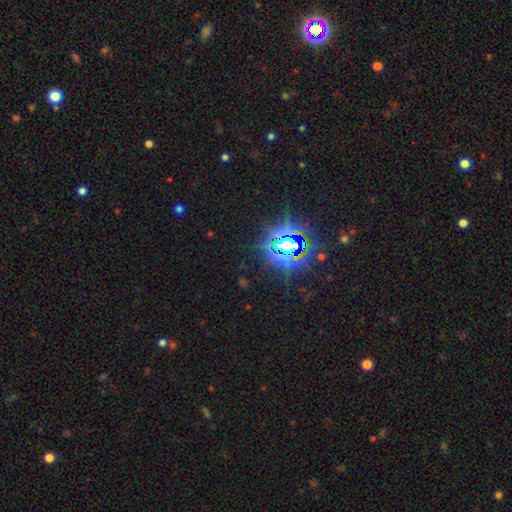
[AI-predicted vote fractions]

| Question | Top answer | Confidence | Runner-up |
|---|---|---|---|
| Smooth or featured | star or artifact | 83% | smooth (11%) |